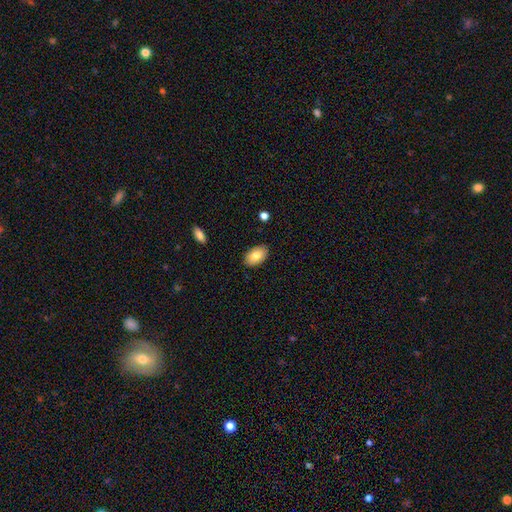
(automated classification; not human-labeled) Smooth or featured: smooth — 82% (featured or disk — 12%)
How rounded: in between — 93% (round — 5%)
Merging: none — 86% (minor disturbance — 11%)